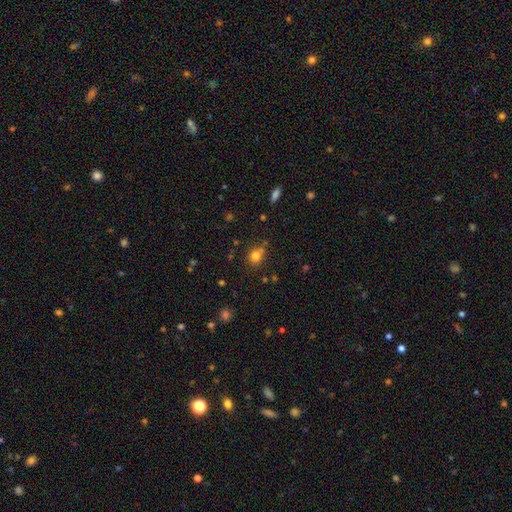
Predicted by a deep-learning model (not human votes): Smooth or featured? smooth (78%)
How rounded? round (79%)
Merging? none (70%)